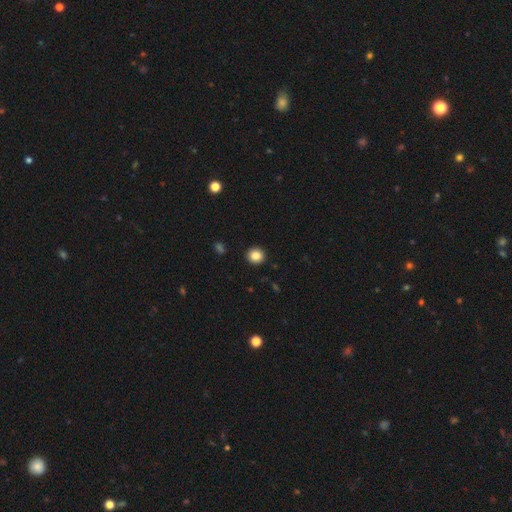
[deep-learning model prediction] Morphology: type=smooth (85%); roundness=round (88%); merging=none (93%).